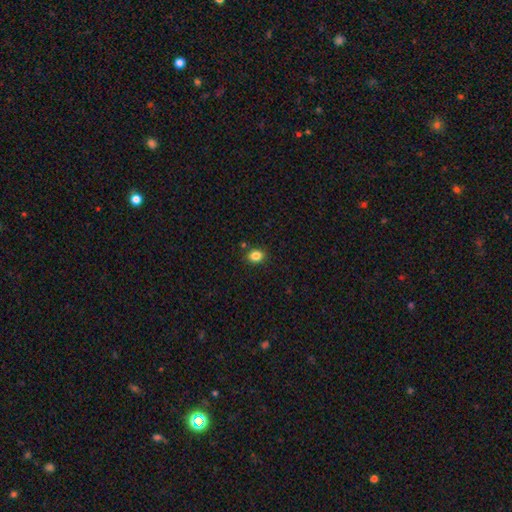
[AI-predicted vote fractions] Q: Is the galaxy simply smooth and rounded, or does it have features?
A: smooth — 84%.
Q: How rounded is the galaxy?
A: round — 52%.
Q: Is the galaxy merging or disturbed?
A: none — 86%.